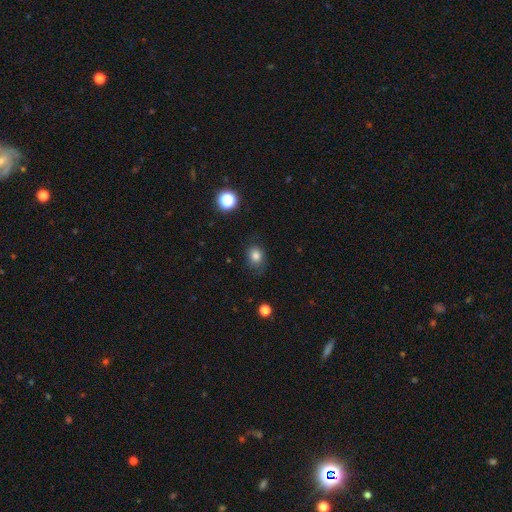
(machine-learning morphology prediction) Smooth or featured: smooth — 81% (star or artifact — 12%)
How rounded: round — 53% (in between — 46%)
Merging: none — 72% (minor disturbance — 20%)